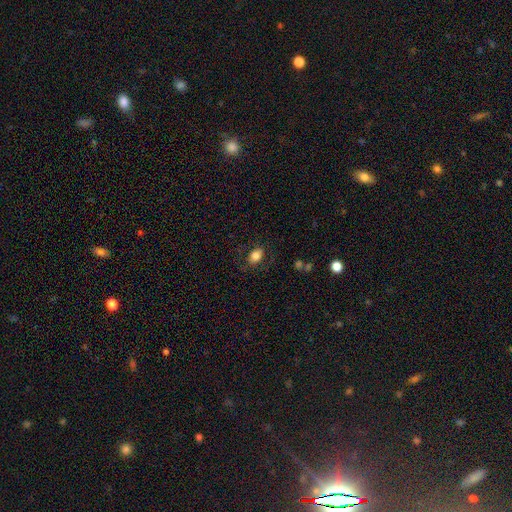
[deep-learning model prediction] Q: Smooth or featured?
A: smooth (80%); runner-up: featured or disk (10%)
Q: How rounded?
A: in between (75%); runner-up: round (24%)
Q: Merging?
A: none (79%); runner-up: minor disturbance (14%)